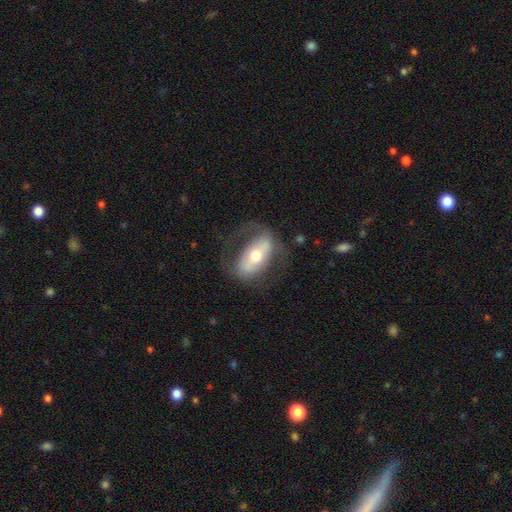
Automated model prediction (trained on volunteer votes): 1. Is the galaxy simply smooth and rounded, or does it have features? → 61% featured or disk, 32% smooth, 6% star or artifact.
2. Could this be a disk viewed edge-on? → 85% no, 15% yes.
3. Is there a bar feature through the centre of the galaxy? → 49% strong, 28% no, 23% weak.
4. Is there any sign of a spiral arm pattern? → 52% no, 48% yes.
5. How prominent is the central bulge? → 66% moderate, 24% small, 8% large, 1% dominant, 1% none.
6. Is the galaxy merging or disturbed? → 61% none, 19% minor disturbance, 18% major disturbance, 2% merger.